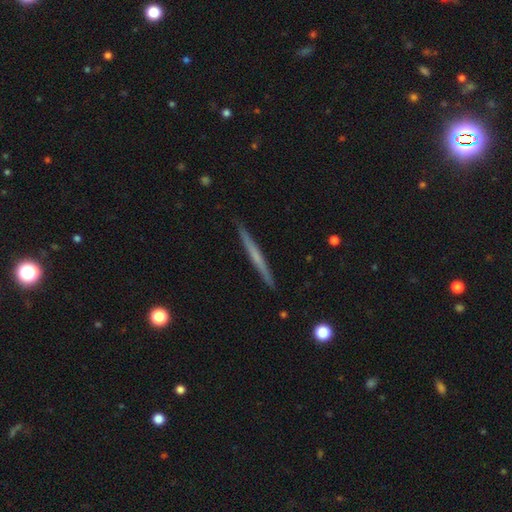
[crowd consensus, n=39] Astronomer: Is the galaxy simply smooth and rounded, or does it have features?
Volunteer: featured or disk — 74%.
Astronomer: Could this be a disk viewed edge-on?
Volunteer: yes — 97%.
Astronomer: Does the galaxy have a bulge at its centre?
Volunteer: none — 89%.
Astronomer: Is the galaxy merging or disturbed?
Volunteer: none — 86%.